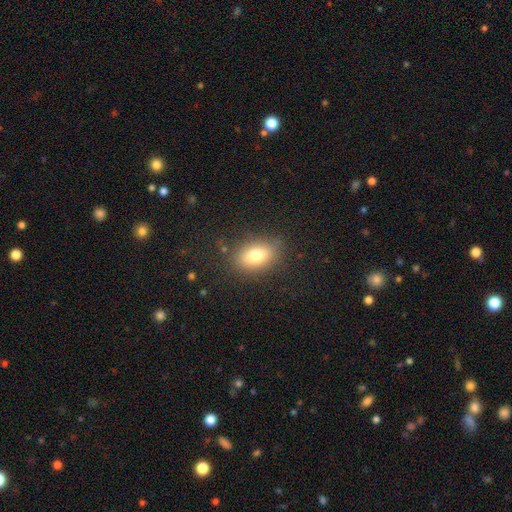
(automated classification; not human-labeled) Morphology: type=smooth (75%); roundness=in between (80%); merging=none (82%).